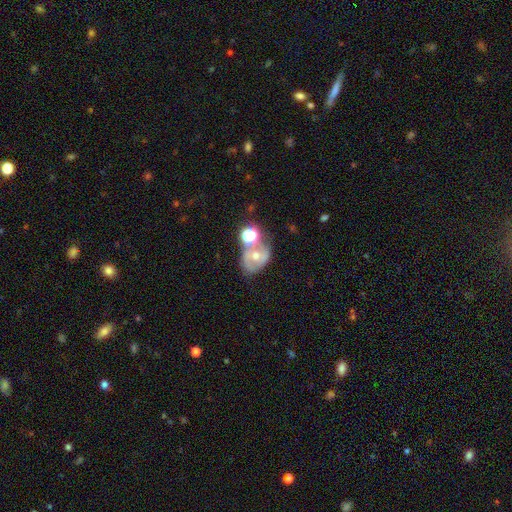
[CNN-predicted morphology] smooth_or_featured: featured or disk (p=0.55) [alt: smooth p=0.29]
disk_edge_on: no (p=0.96) [alt: yes p=0.04]
bar: no (p=0.64) [alt: weak p=0.27]
has_spiral_arms: yes (p=0.64) [alt: no p=0.36]
bulge_size: moderate (p=0.55) [alt: small p=0.39]
merging: none (p=0.47) [alt: merger p=0.27]